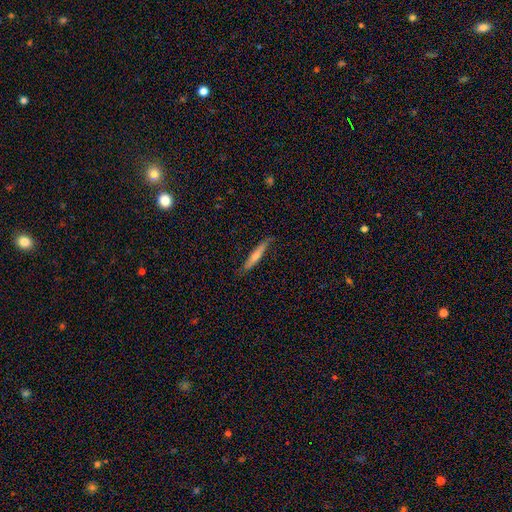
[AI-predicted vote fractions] Smooth or featured? featured or disk (47%, tied with smooth)
Merging? none (82%)